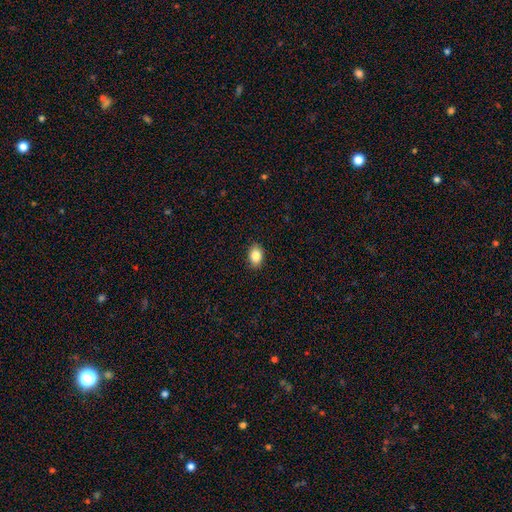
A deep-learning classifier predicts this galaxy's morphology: Overall: smooth (86%). How rounded: in between (80%). Merging: none (88%).